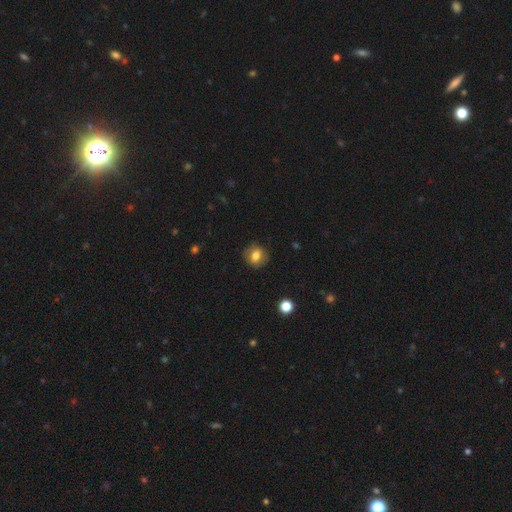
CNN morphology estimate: A smooth galaxy with no disk features (76%) that is round (72%).

Vote fractions:
- Smooth or featured? smooth: 76% / featured or disk: 14% / star or artifact: 10%
- How rounded? round: 72% / in between: 27% / cigar-shaped: 1%
- Merging? none: 85% / minor disturbance: 11% / major disturbance: 3% / merger: 1%